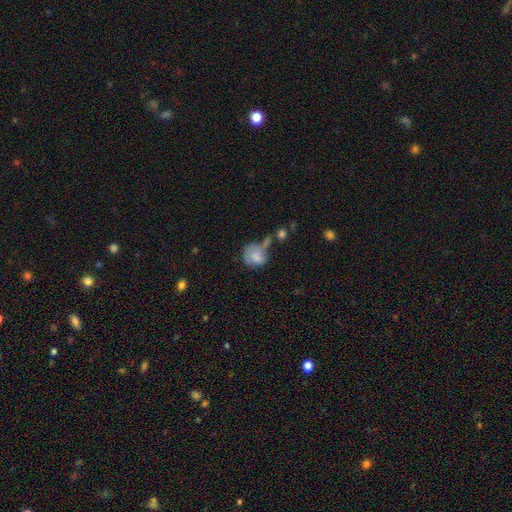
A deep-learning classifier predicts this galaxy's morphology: Overall: smooth (73%). How rounded: round (70%). Merging: none (35%; minor disturbance 26%).